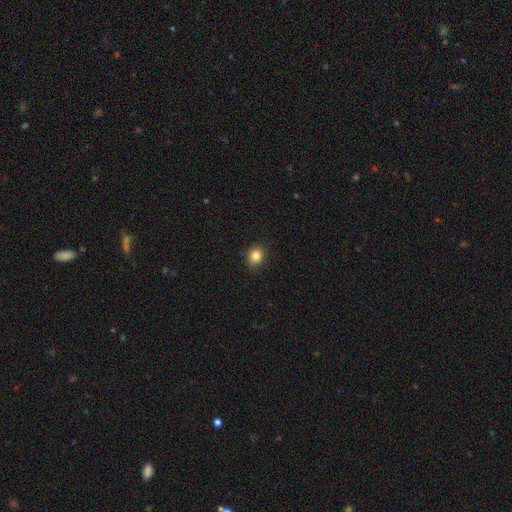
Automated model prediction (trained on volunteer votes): Smooth or featured? smooth (85%)
How rounded? round (60%)
Merging? none (88%)